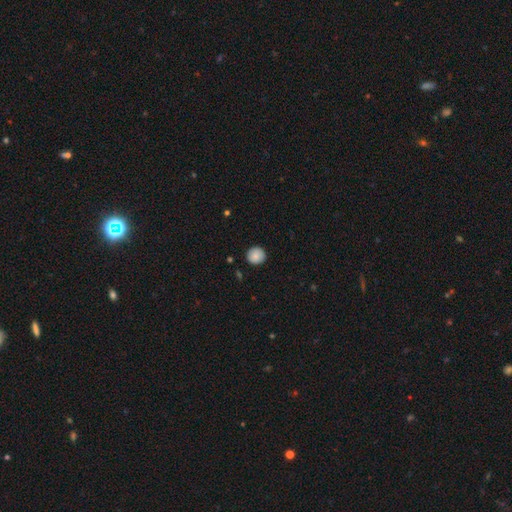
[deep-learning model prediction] This appears to be a smooth galaxy with no disk features (86%) that is round (92%). Merging: none (89%).